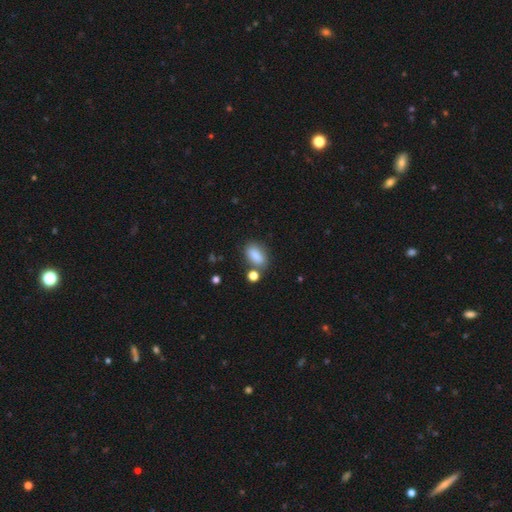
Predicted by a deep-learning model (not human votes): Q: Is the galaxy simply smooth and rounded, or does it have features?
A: smooth — 85%.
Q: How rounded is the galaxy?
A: in between — 86%.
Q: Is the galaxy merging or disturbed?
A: none — 66%.